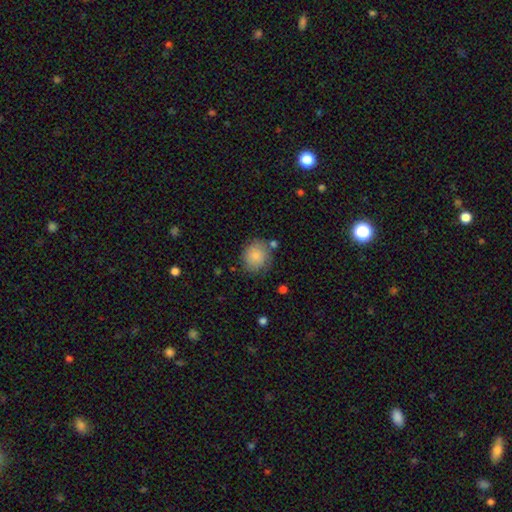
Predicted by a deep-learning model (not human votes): smooth-or-featured: smooth: 85% | featured or disk: 8% | star or artifact: 7%
  how-rounded: round: 80% | in between: 19% | cigar-shaped: 1%
  merging: none: 74% | minor disturbance: 16% | merger: 6% | major disturbance: 5%